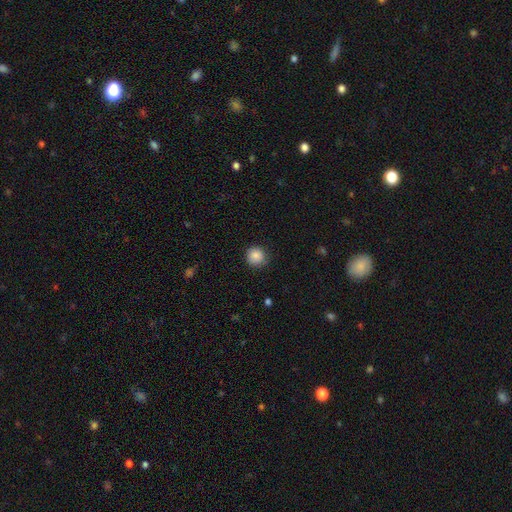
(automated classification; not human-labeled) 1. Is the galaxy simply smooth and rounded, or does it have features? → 86% smooth, 9% star or artifact, 5% featured or disk.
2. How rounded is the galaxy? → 92% round, 7% in between, 1% cigar-shaped.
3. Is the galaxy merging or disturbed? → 82% none, 14% minor disturbance, 3% major disturbance, 1% merger.